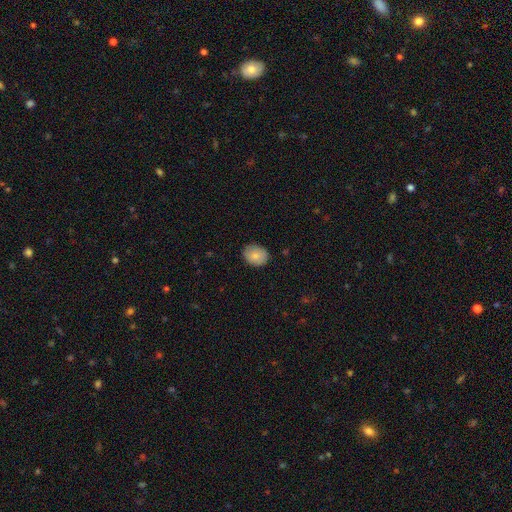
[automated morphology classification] A smooth galaxy with no disk features (81%) that is in between round and cigar-shaped (55%). Merging: none (85%).